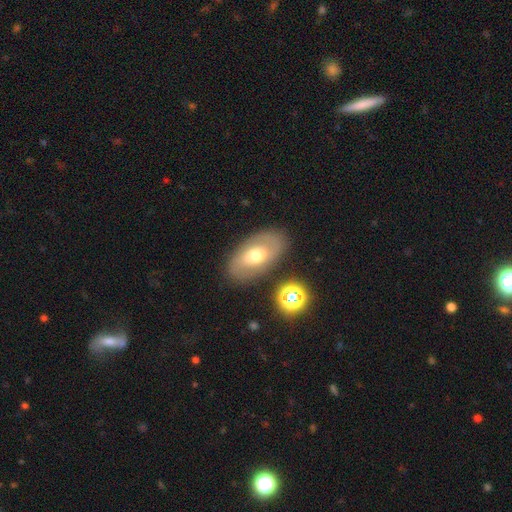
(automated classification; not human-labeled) Overall: featured or disk (46%; smooth 45%). Merging: none (81%).